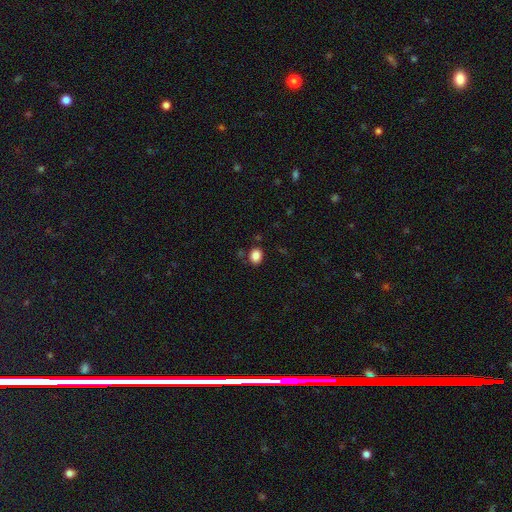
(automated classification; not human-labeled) This is clearly a smooth galaxy (86%). How rounded: possibly in between (56%). Merging: clearly none (83%).